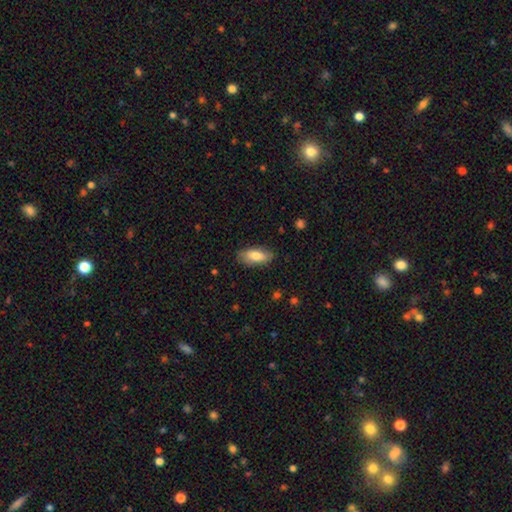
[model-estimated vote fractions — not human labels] Smooth or featured? Predicted: smooth (p=0.77). How rounded? Predicted: in between (p=0.85). Merging? Predicted: none (p=0.82).